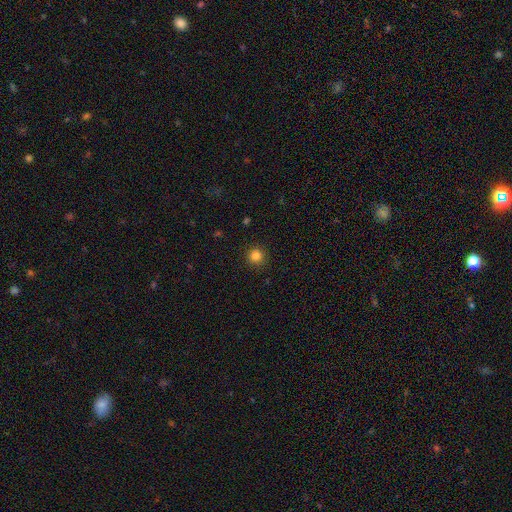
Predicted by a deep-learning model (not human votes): Morphology: type=smooth (84%); roundness=round (95%); merging=none (91%).